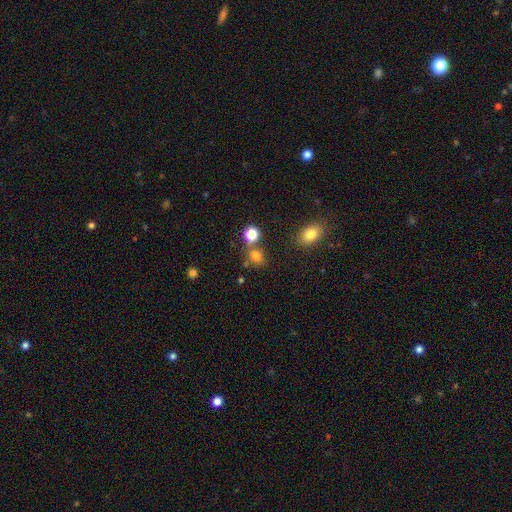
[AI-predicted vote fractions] This is likely a smooth galaxy (73%). How rounded: likely round (64%). Merging: likely none (61%).